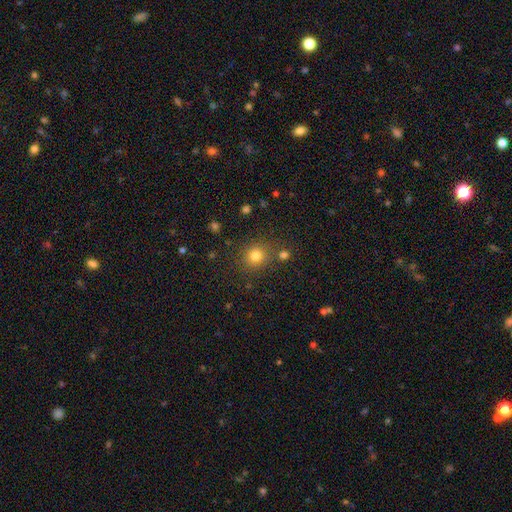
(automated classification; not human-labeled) Smooth or featured? Predicted: smooth (p=0.80). How rounded? Predicted: round (p=0.86). Merging? Predicted: none (p=0.77).